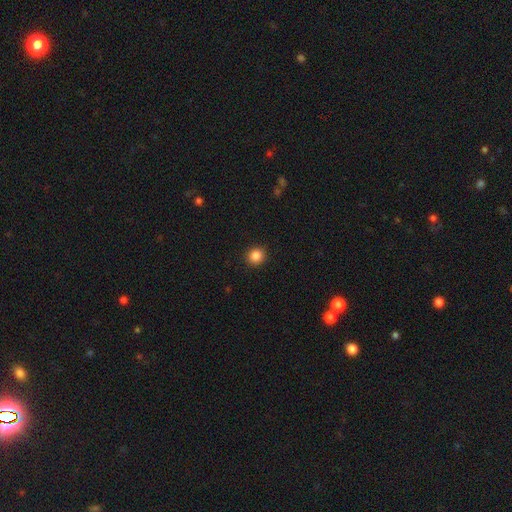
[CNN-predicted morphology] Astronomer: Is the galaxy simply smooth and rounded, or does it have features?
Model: smooth — 87%.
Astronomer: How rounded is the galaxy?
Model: round — 88%.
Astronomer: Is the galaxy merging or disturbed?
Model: none — 92%.